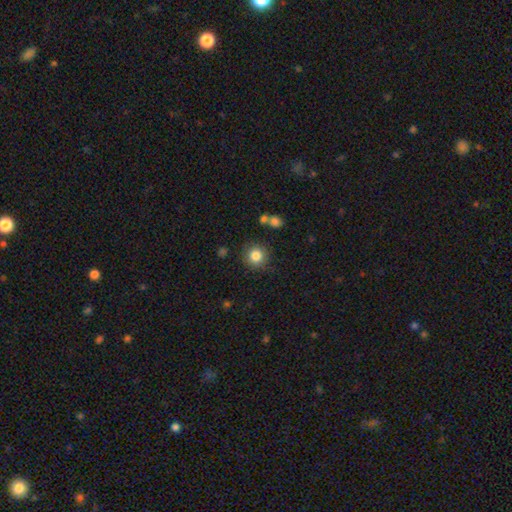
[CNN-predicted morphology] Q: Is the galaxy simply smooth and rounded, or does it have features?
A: smooth — 84%.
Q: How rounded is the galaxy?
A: round — 93%.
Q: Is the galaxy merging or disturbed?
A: none — 86%.